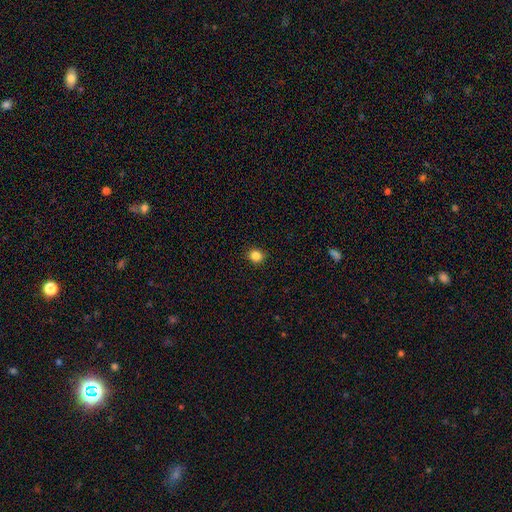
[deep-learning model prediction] smooth_or_featured: smooth (p=0.85) [alt: star or artifact p=0.11]
how_rounded: round (p=0.83) [alt: in between p=0.17]
merging: none (p=0.91) [alt: minor disturbance p=0.06]